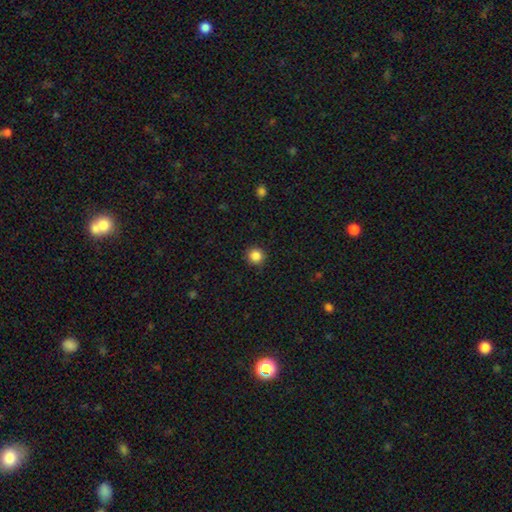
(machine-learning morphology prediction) This appears to be a smooth galaxy with no disk features (86%) that is round (94%). Merging: none (90%).